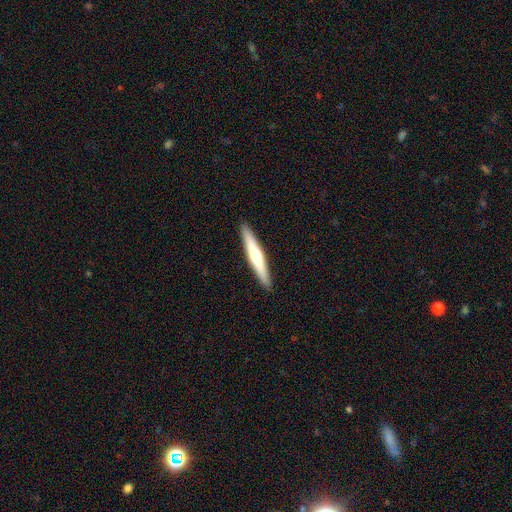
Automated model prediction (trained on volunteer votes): A smooth galaxy with no disk features (52%) that is cigar-shaped (94%).

Vote fractions:
- Smooth or featured? smooth: 52% / featured or disk: 43% / star or artifact: 5%
- How rounded? cigar-shaped: 94% / in between: 5% / round: 1%
- Merging? none: 92% / minor disturbance: 6% / major disturbance: 1% / merger: 1%